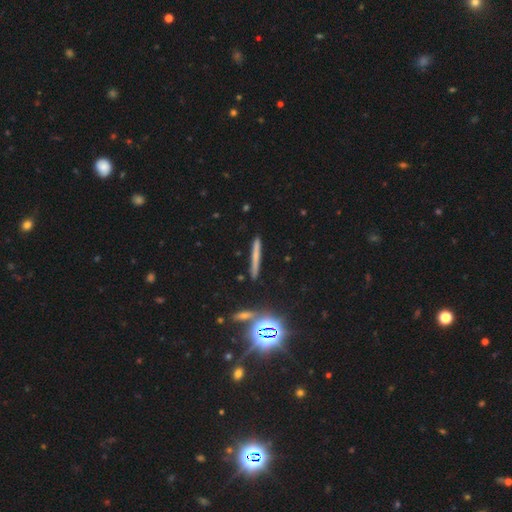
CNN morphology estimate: Smooth or featured? Predicted: smooth (p=0.54). How rounded? Predicted: cigar-shaped (p=0.93). Merging? Predicted: none (p=0.88).